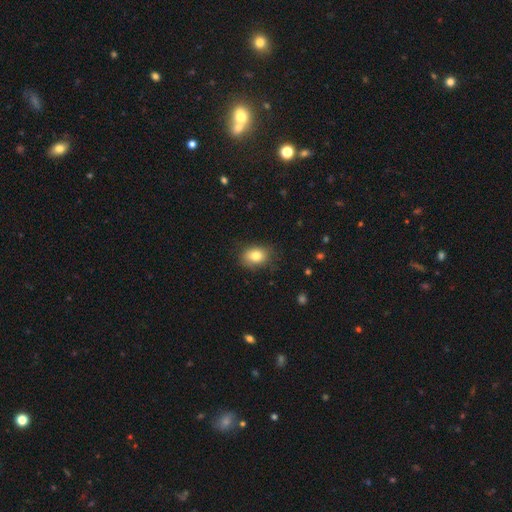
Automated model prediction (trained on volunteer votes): This appears to be a smooth galaxy with no disk features (81%) that is in between round and cigar-shaped (67%). Merging: none (78%).